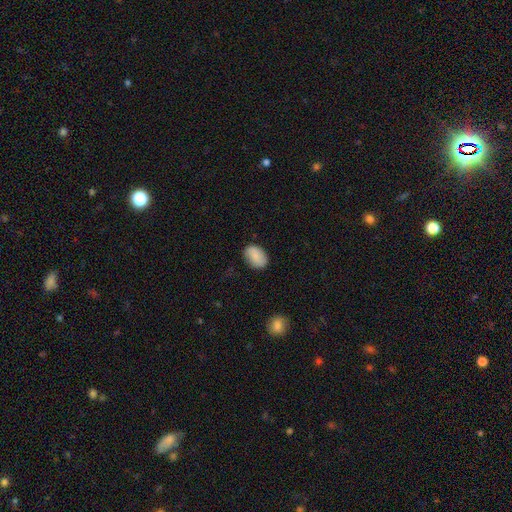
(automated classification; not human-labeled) The model was most divided on "merging": none: 81%, minor disturbance: 14%, major disturbance: 3%, merger: 1%. More confident: how rounded — in between (85%); smooth or featured — smooth (82%).